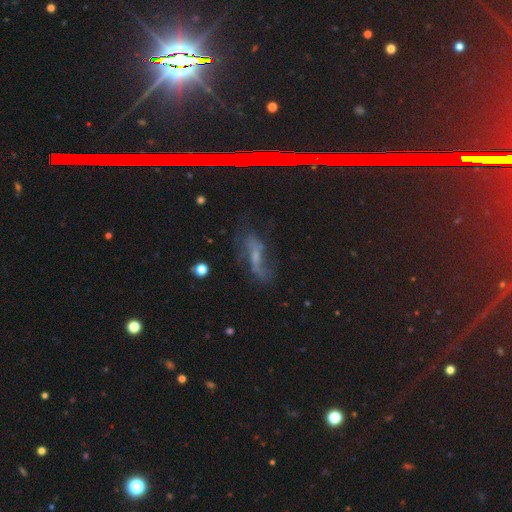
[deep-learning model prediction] This appears to be a featured or disk galaxy (56%). Merging: none (51%).